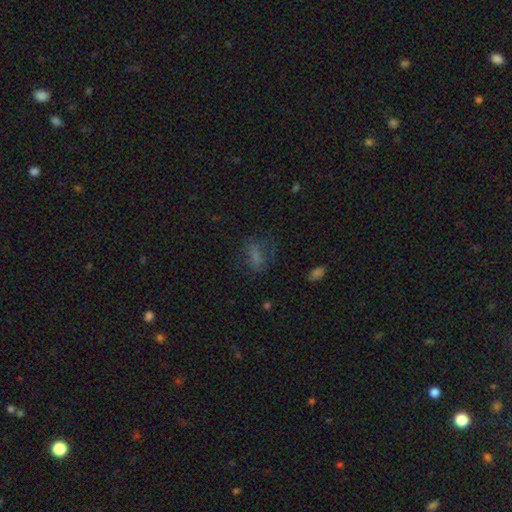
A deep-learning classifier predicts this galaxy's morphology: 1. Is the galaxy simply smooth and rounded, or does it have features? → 60% smooth, 23% star or artifact, 17% featured or disk.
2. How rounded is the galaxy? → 73% in between, 15% round, 12% cigar-shaped.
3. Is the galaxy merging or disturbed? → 57% none, 21% minor disturbance, 20% major disturbance, 3% merger.